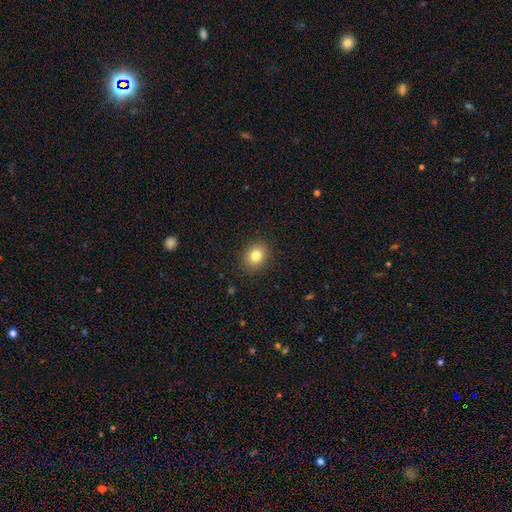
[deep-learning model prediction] Smooth or featured? smooth (80%)
How rounded? round (57%)
Merging? none (89%)